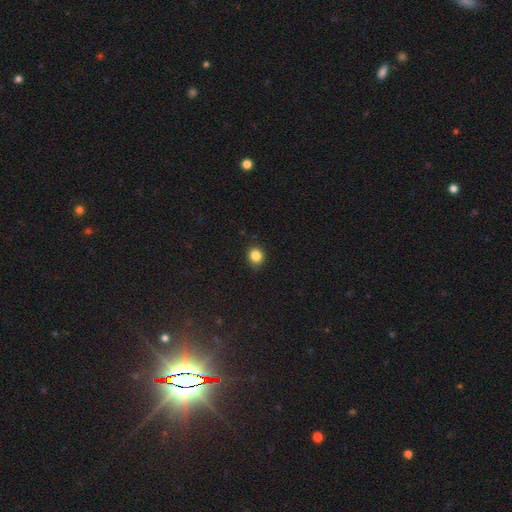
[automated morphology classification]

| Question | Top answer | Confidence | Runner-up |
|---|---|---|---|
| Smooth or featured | smooth | 85% | star or artifact (11%) |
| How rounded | round | 76% | in between (23%) |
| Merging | none | 87% | minor disturbance (10%) |